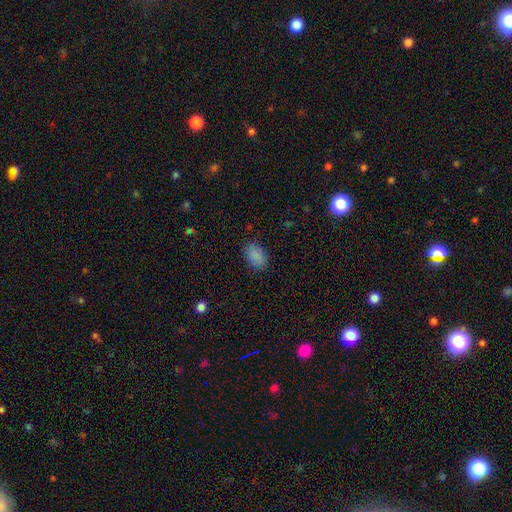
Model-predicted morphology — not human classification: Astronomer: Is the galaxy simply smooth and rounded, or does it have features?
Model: smooth — 87%.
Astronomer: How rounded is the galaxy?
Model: in between — 86%.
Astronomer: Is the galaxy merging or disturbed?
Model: none — 84%.